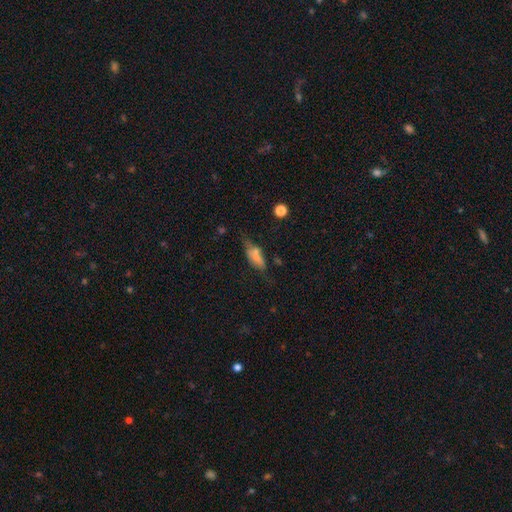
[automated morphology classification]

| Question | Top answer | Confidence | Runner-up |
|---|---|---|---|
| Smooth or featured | smooth | 56% | featured or disk (33%) |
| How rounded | in between | 63% | cigar-shaped (33%) |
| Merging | none | 49% | minor disturbance (27%) |